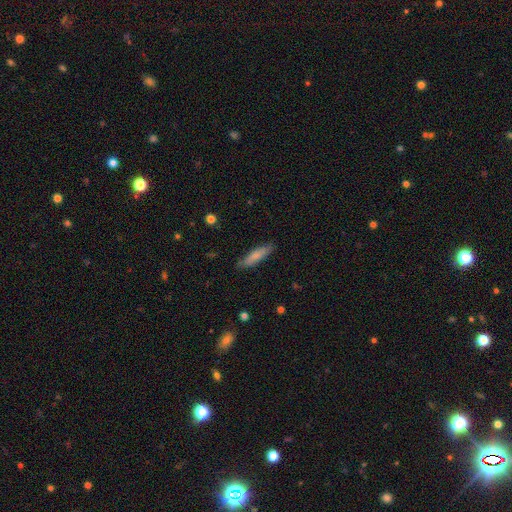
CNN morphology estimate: smooth-or-featured: smooth: 73% | featured or disk: 21% | star or artifact: 6%
  how-rounded: cigar-shaped: 71% | in between: 27% | round: 2%
  merging: none: 81% | minor disturbance: 15% | major disturbance: 3% | merger: 1%